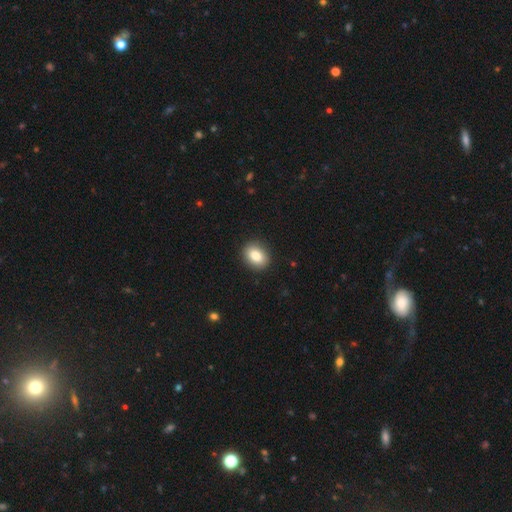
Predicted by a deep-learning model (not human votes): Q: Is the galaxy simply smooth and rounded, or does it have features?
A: smooth — 83%.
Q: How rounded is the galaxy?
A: in between — 60%.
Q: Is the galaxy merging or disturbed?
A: none — 90%.